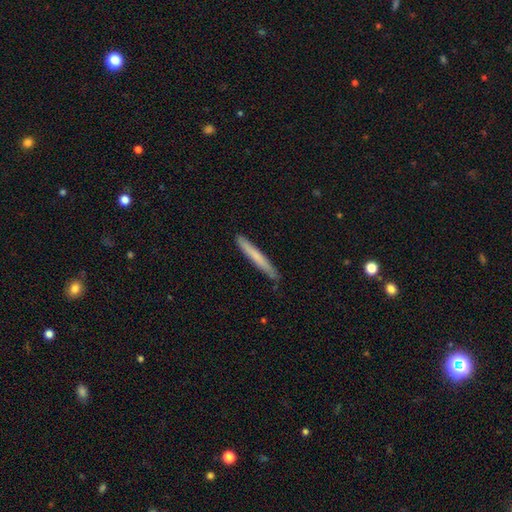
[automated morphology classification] type=smooth (70%); roundness=cigar-shaped (97%); merging=none (85%).